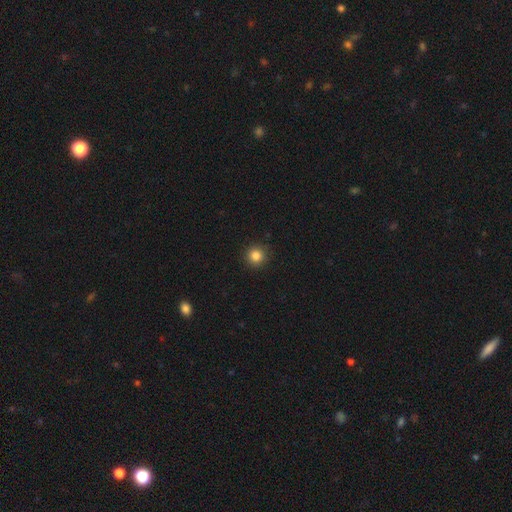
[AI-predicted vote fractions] Smooth or featured? Predicted: smooth (p=0.85). How rounded? Predicted: round (p=0.95). Merging? Predicted: none (p=0.92).